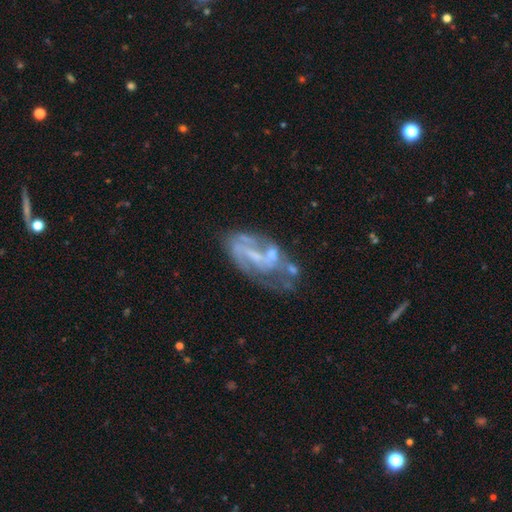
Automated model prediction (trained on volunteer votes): The model was most divided on "bulge size": small: 41%, none: 36%, moderate: 19%, large: 2%, dominant: 1%. Remaining: edge-on disk — no (95%); smooth or featured — featured or disk (74%); spiral arms — yes (64%); bar — no (43%); merging — none (37%).